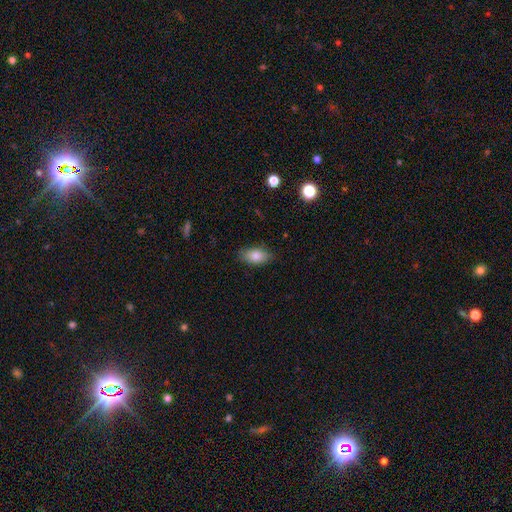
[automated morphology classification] smooth_or_featured: smooth (p=0.82) [alt: featured or disk p=0.10]
how_rounded: in between (p=0.89) [alt: cigar-shaped p=0.06]
merging: none (p=0.84) [alt: minor disturbance p=0.12]